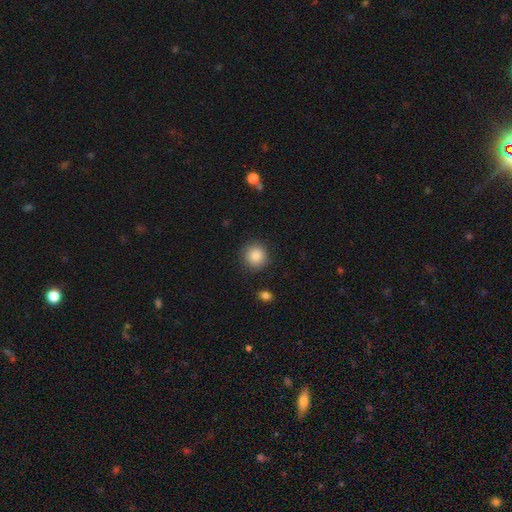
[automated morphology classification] Smooth or featured? smooth (87%)
How rounded? round (92%)
Merging? none (86%)